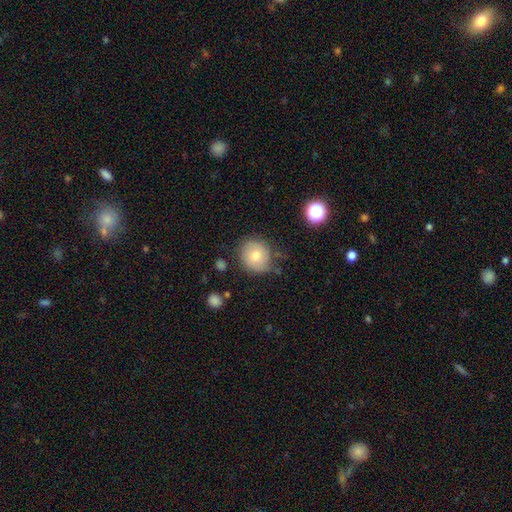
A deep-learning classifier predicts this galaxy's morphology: Q: Smooth or featured?
A: smooth (73%); runner-up: featured or disk (17%)
Q: How rounded?
A: round (86%); runner-up: in between (13%)
Q: Merging?
A: none (74%); runner-up: minor disturbance (18%)